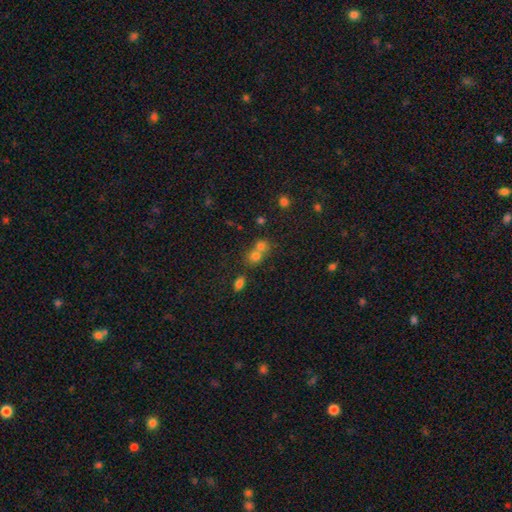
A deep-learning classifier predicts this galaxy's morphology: Smooth or featured? Predicted: smooth (p=0.69). How rounded? Predicted: round (p=0.72). Merging? Predicted: merger (p=0.55).